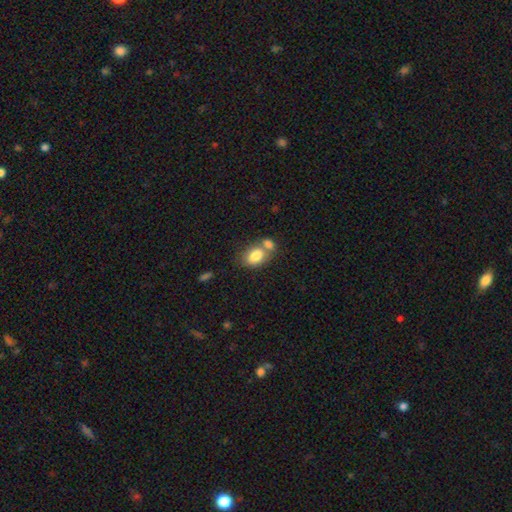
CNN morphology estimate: Smooth or featured: smooth — 81% (featured or disk — 12%)
How rounded: in between — 82% (round — 17%)
Merging: merger — 45% (none — 39%)